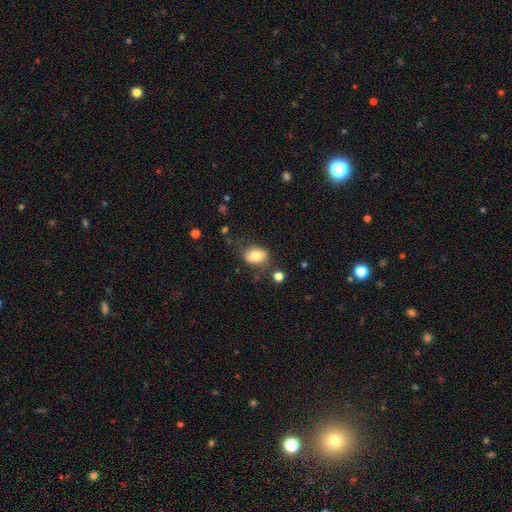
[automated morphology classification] Q: Smooth or featured?
A: smooth (78%); runner-up: featured or disk (14%)
Q: How rounded?
A: in between (67%); runner-up: round (32%)
Q: Merging?
A: none (70%); runner-up: minor disturbance (19%)